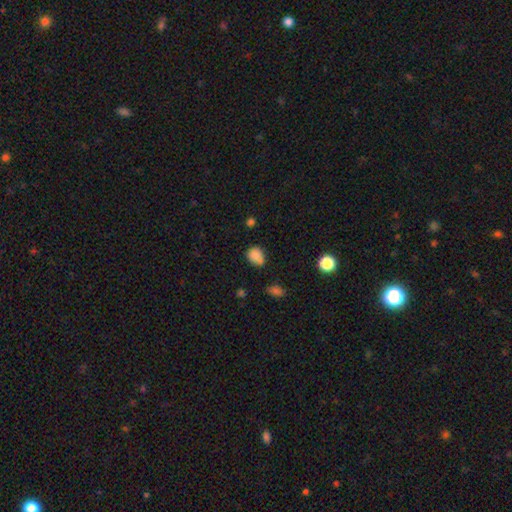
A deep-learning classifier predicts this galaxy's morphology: Smooth or featured? smooth (84%)
How rounded? in between (57%)
Merging? none (59%)